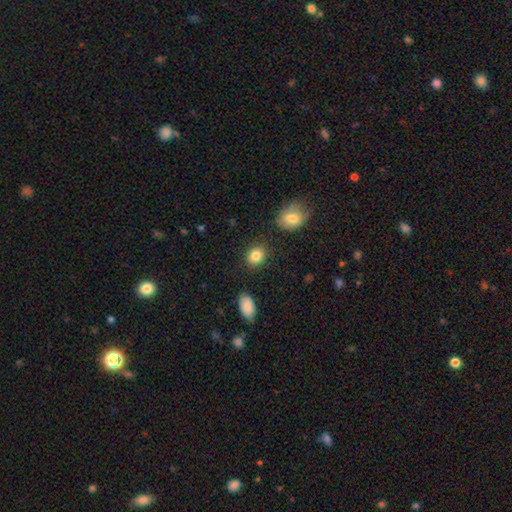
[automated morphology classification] This appears to be a smooth galaxy with no disk features (85%) that is round (52%). Merging: none (85%).